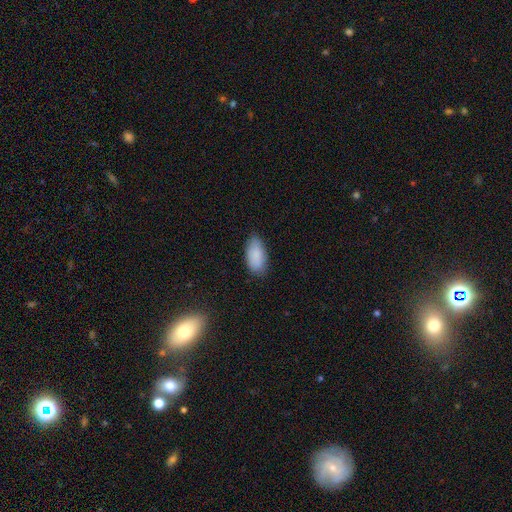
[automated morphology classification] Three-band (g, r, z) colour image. It shows a smooth galaxy with no disk features (87%) that is in between round and cigar-shaped (93%). Merging: none (78%).